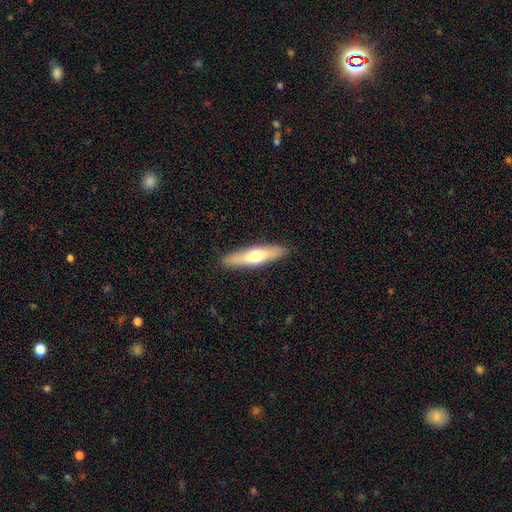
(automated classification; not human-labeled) Smooth or featured? Predicted: smooth (p=0.54). How rounded? Predicted: cigar-shaped (p=0.77). Merging? Predicted: none (p=0.90).